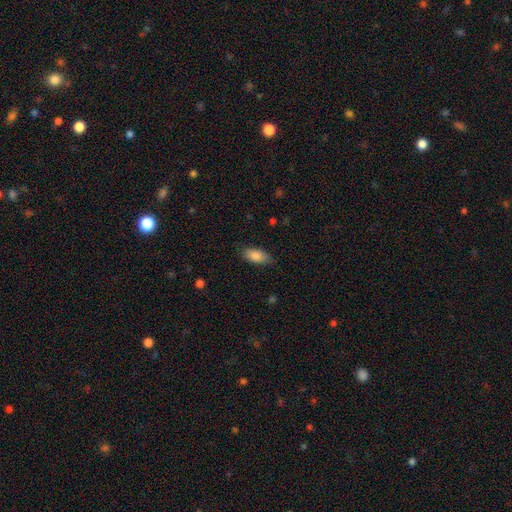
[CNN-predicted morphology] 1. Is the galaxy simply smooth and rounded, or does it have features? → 86% smooth, 7% featured or disk, 7% star or artifact.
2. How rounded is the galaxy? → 89% in between, 8% cigar-shaped, 3% round.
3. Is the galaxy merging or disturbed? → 81% none, 15% minor disturbance, 3% major disturbance, 1% merger.